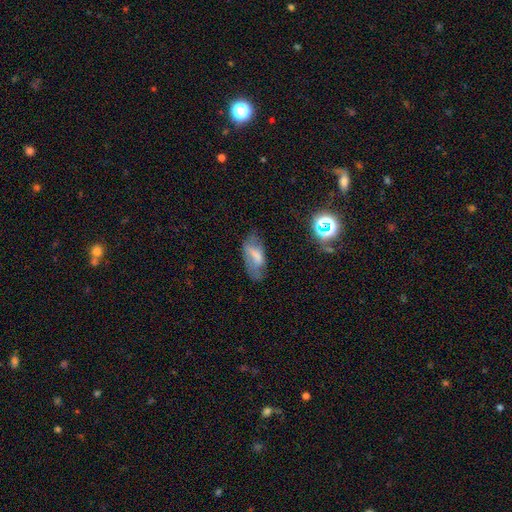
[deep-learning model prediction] Smooth or featured?
  - smooth: 59% *
  - featured or disk: 30%
  - star or artifact: 11%
How rounded?
  - in between: 88% *
  - cigar-shaped: 9%
  - round: 3%
Merging?
  - none: 53% *
  - minor disturbance: 29%
  - major disturbance: 16%
  - merger: 3%